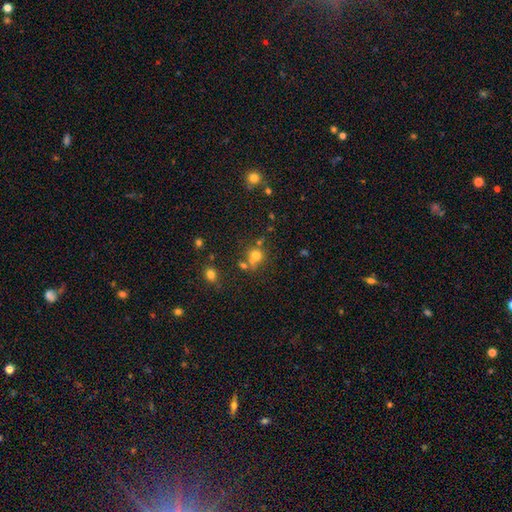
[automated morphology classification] Q: Smooth or featured?
A: smooth (67%); runner-up: star or artifact (20%)
Q: How rounded?
A: round (82%); runner-up: in between (17%)
Q: Merging?
A: none (52%); runner-up: merger (33%)